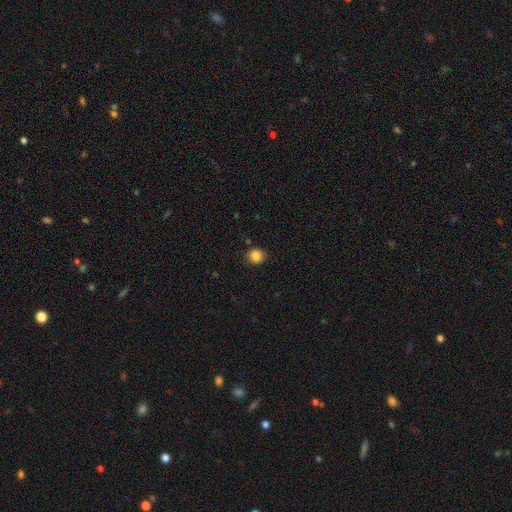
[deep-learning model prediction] smooth 85%, star or artifact 11%, featured or disk 4%. Down the decision tree: how rounded — round (83%); merging — none (84%).